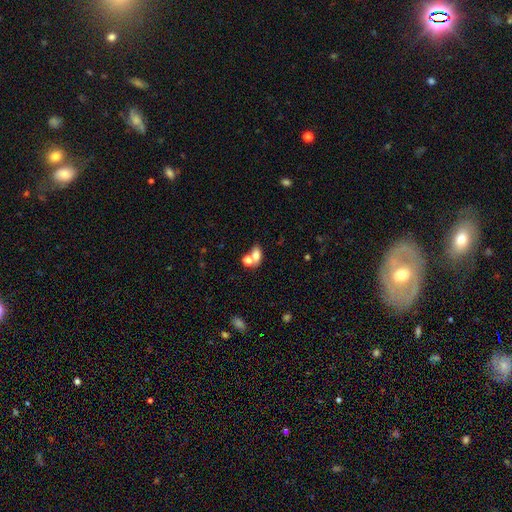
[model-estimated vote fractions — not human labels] Morphology: type=smooth (73%); roundness=in between (77%); merging=merger (46%).